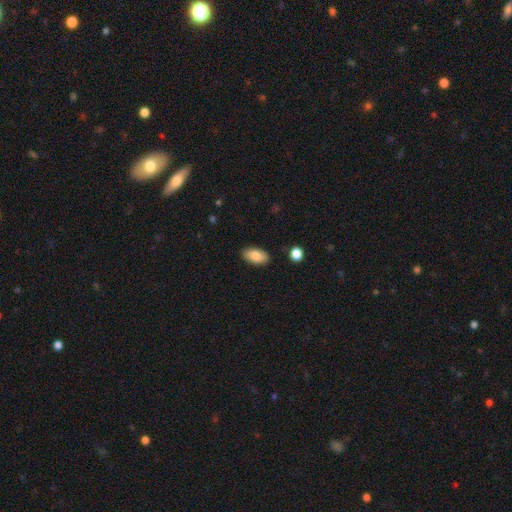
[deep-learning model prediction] Smooth or featured: smooth — 86% (featured or disk — 7%)
How rounded: in between — 94% (round — 4%)
Merging: none — 87% (minor disturbance — 10%)